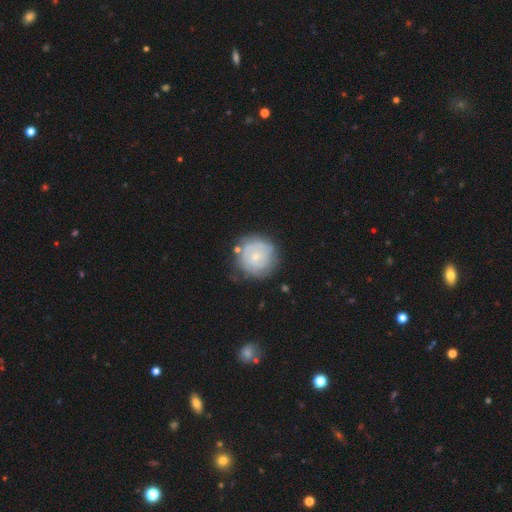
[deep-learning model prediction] Q: Smooth or featured?
A: featured or disk (62%); runner-up: smooth (32%)
Q: Edge-on disk?
A: no (98%); runner-up: yes (2%)
Q: Bar?
A: no (70%); runner-up: weak (26%)
Q: Spiral arms?
A: yes (77%); runner-up: no (23%)
Q: Bulge size?
A: small (66%); runner-up: moderate (27%)
Q: Merging?
A: none (72%); runner-up: minor disturbance (18%)